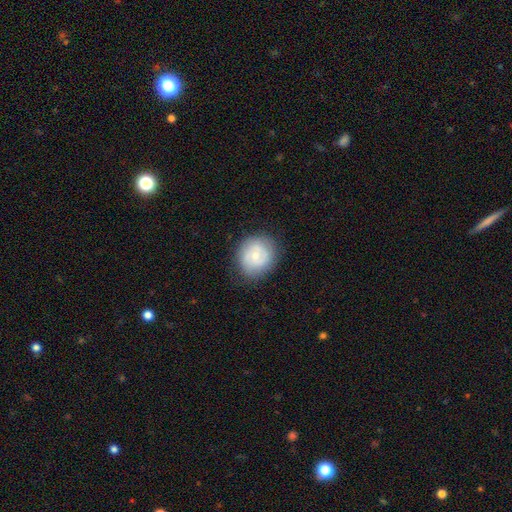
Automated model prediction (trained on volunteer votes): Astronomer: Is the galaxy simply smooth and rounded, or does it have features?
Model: smooth — 55% (runner-up: featured or disk, 37%).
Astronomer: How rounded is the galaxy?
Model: round — 86%.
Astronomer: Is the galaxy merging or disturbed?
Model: none — 82%.